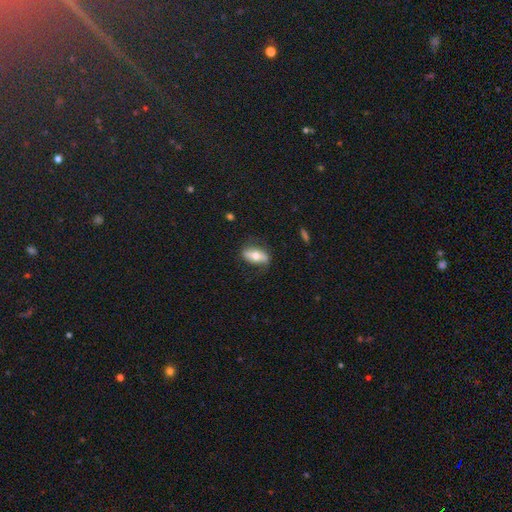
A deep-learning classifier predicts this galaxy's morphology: smooth-or-featured: smooth: 53% | featured or disk: 40% | star or artifact: 7%
  how-rounded: in between: 82% | cigar-shaped: 12% | round: 6%
  merging: none: 73% | minor disturbance: 19% | major disturbance: 6% | merger: 1%